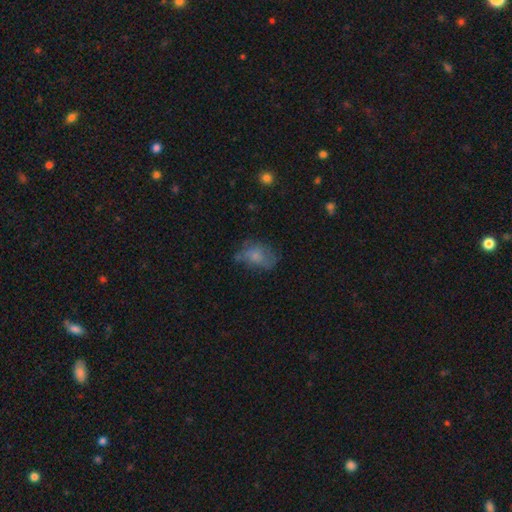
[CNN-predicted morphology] This is possibly a smooth galaxy (58%). How rounded: likely in between (78%). Merging: possibly none (46%).